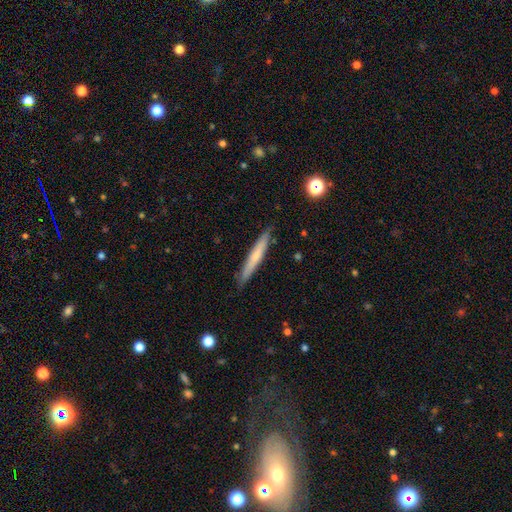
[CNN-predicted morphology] The model was most divided on "smooth or featured": smooth: 59%, featured or disk: 35%, star or artifact: 6%. More confident: how rounded — cigar-shaped (96%); merging — none (88%).